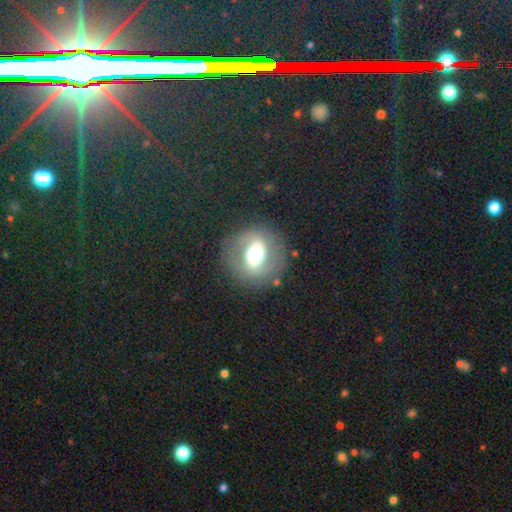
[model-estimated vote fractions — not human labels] Smooth or featured? featured or disk (62%)
Edge-on disk? no (94%)
Bar? strong (40%)
Spiral arms? yes (56%)
Bulge size? moderate (53%)
Merging? none (80%)